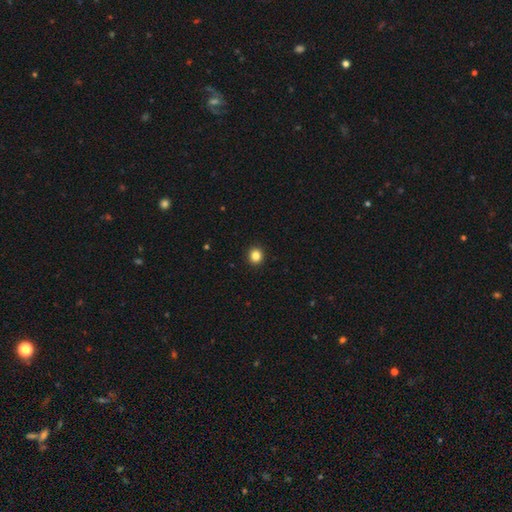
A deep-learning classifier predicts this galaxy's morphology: smooth_or_featured: smooth (p=0.85) [alt: star or artifact p=0.11]
how_rounded: round (p=0.86) [alt: in between p=0.13]
merging: none (p=0.93) [alt: minor disturbance p=0.05]